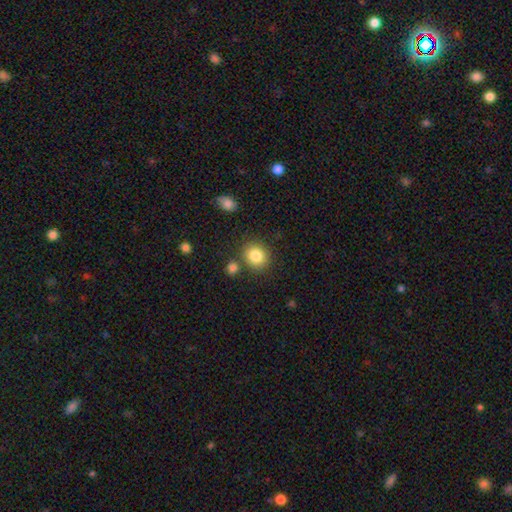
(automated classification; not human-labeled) The model was most divided on "how rounded": round: 75%, in between: 25%, cigar-shaped: 1%. More confident: smooth or featured — smooth (84%); merging — none (79%).